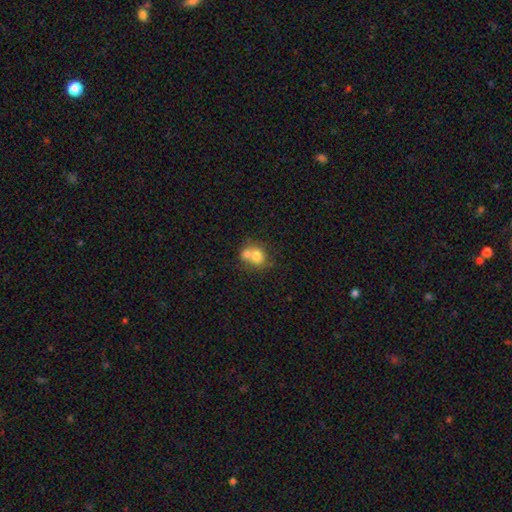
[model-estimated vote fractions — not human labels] A smooth galaxy with no disk features (74%) that is round (66%).

Vote fractions:
- Smooth or featured? smooth: 74% / featured or disk: 16% / star or artifact: 9%
- How rounded? round: 66% / in between: 33% / cigar-shaped: 1%
- Merging? merger: 58% / none: 31% / minor disturbance: 7% / major disturbance: 3%